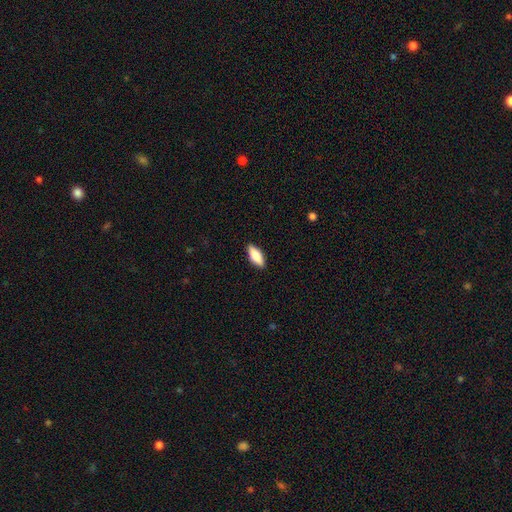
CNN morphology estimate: smooth-or-featured: smooth: 78% | featured or disk: 16% | star or artifact: 6%
  how-rounded: in between: 76% | cigar-shaped: 22% | round: 2%
  merging: none: 89% | minor disturbance: 8% | major disturbance: 2% | merger: 1%